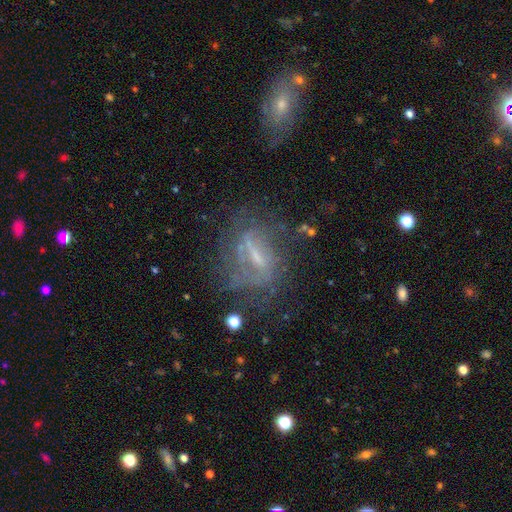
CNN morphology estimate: This appears to be a featured or disk galaxy (68%) with a strong bar (47%), spiral arms (60%) and a small central bulge (45%). Merging: none (56%).